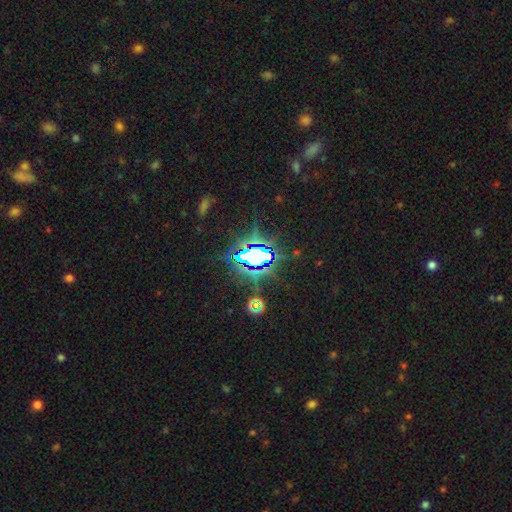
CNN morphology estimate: Q: Smooth or featured?
A: star or artifact (72%); runner-up: smooth (16%)